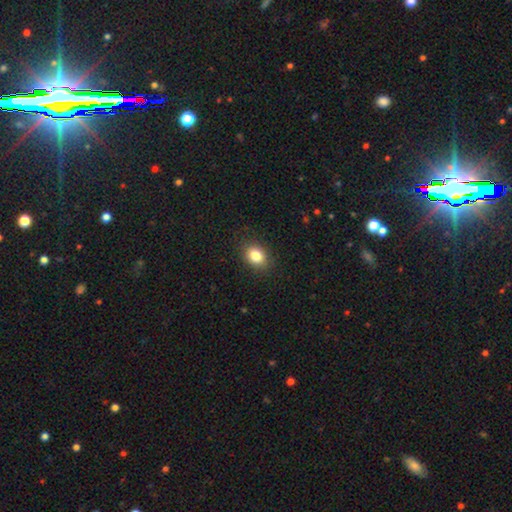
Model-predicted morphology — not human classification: This is clearly a smooth galaxy (84%). How rounded: likely in between (64%). Merging: clearly none (87%).